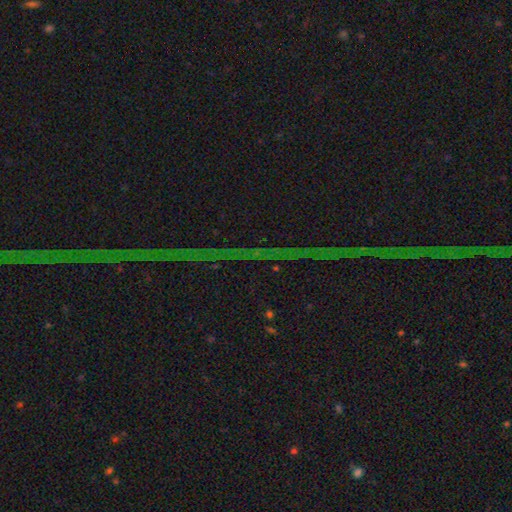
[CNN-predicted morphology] The model was most divided on "smooth or featured": star or artifact: 80%, featured or disk: 13%, smooth: 7%.